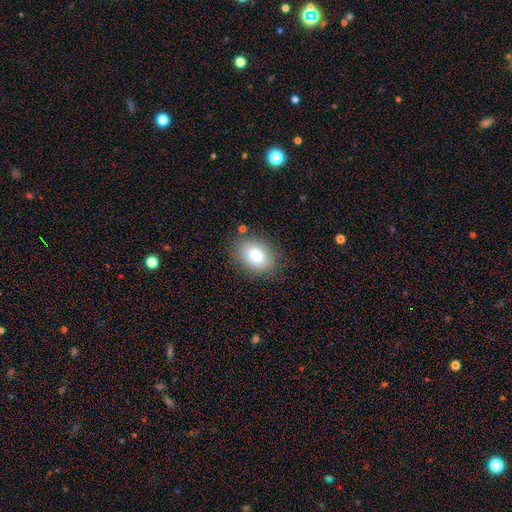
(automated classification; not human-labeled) Smooth or featured?
  - smooth: 83% *
  - featured or disk: 8%
  - star or artifact: 8%
How rounded?
  - in between: 79% *
  - round: 20%
  - cigar-shaped: 1%
Merging?
  - none: 82% *
  - minor disturbance: 12%
  - major disturbance: 4%
  - merger: 2%